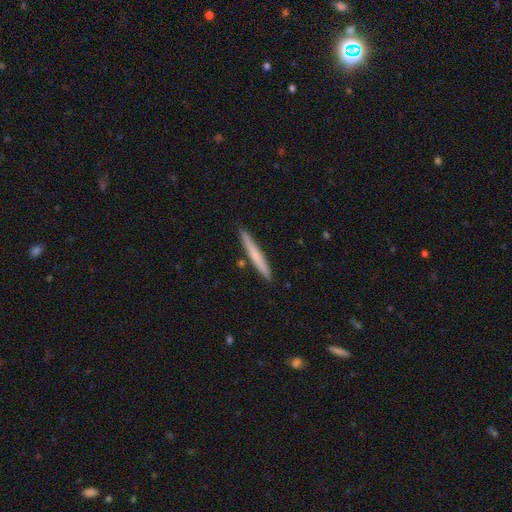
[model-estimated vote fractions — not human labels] Q: Smooth or featured?
A: smooth (65%); runner-up: featured or disk (29%)
Q: How rounded?
A: cigar-shaped (97%); runner-up: in between (2%)
Q: Merging?
A: none (90%); runner-up: minor disturbance (7%)